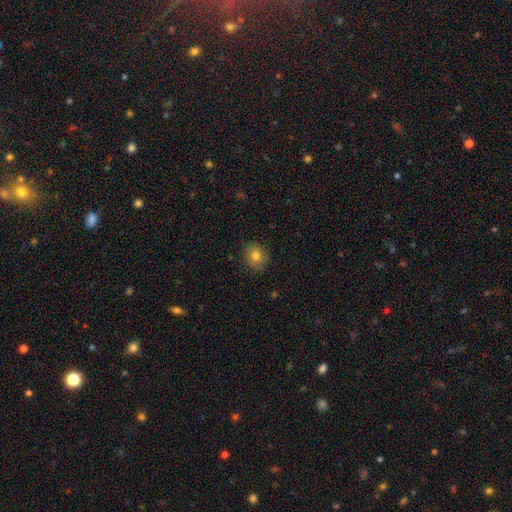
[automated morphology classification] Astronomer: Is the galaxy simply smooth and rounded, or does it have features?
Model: smooth — 79%.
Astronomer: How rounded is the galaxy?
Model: round — 64%.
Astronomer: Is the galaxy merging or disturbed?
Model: none — 84%.